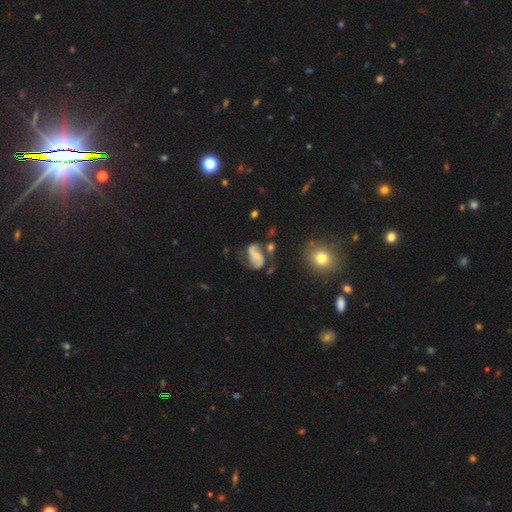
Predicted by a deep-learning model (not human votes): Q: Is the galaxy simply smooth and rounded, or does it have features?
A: featured or disk — 79%.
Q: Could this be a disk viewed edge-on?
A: no — 97%.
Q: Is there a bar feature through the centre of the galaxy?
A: no — 42%.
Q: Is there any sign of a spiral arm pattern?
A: yes — 93%.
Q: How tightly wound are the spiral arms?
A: medium — 45%.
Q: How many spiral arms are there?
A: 2 — 89%.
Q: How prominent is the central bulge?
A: small — 58%.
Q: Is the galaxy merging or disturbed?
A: none — 54%.